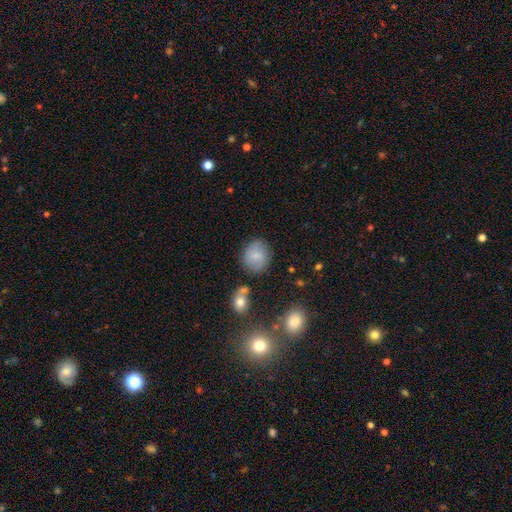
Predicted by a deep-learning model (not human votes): Overall: smooth (74%). How rounded: round (69%; in between 30%). Merging: none (77%).